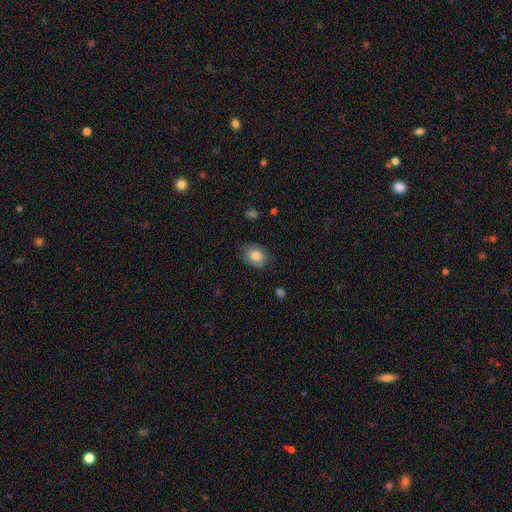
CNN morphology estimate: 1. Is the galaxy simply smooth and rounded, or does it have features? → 80% smooth, 12% featured or disk, 8% star or artifact.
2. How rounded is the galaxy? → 59% in between, 40% round, 1% cigar-shaped.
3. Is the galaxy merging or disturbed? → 75% none, 19% minor disturbance, 4% major disturbance, 1% merger.